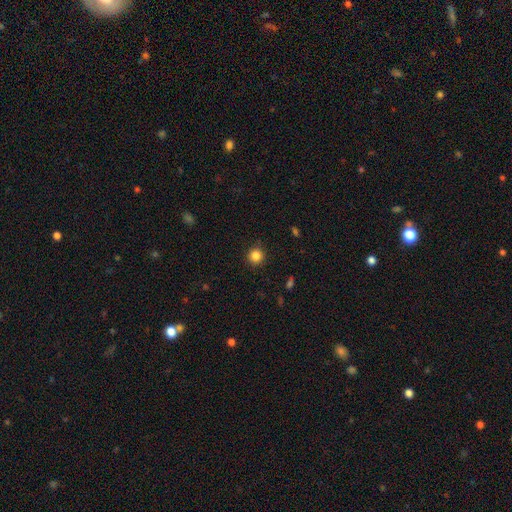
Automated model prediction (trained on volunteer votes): Q: Smooth or featured?
A: smooth (85%); runner-up: star or artifact (11%)
Q: How rounded?
A: round (93%); runner-up: in between (6%)
Q: Merging?
A: none (90%); runner-up: minor disturbance (7%)